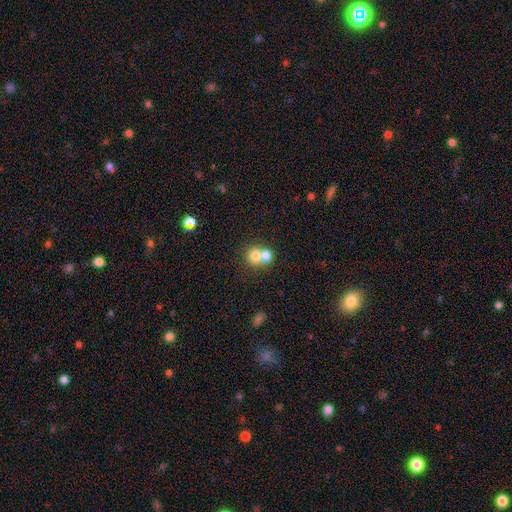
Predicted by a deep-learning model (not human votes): This appears to be a smooth galaxy with no disk features (75%) that is round (79%). Merging: merger (62%).